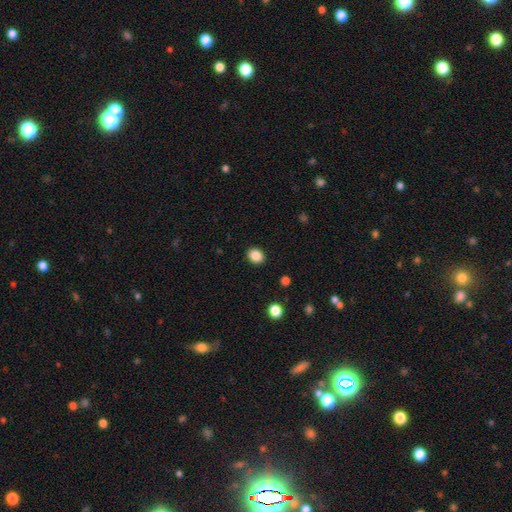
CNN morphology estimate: type=smooth (87%); roundness=round (55%); merging=none (90%).